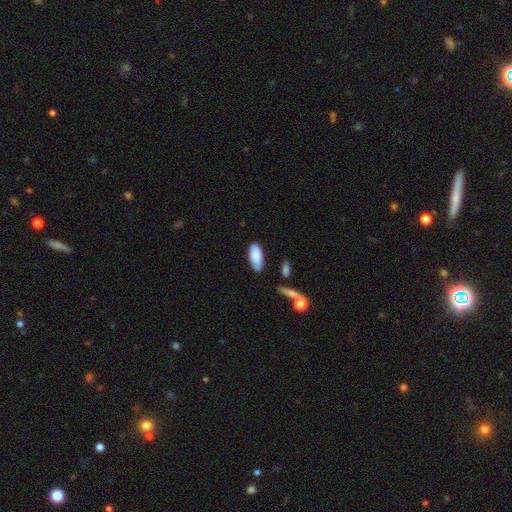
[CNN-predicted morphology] Smooth or featured: smooth — 83% (featured or disk — 10%)
How rounded: in between — 87% (cigar-shaped — 11%)
Merging: none — 71% (minor disturbance — 21%)